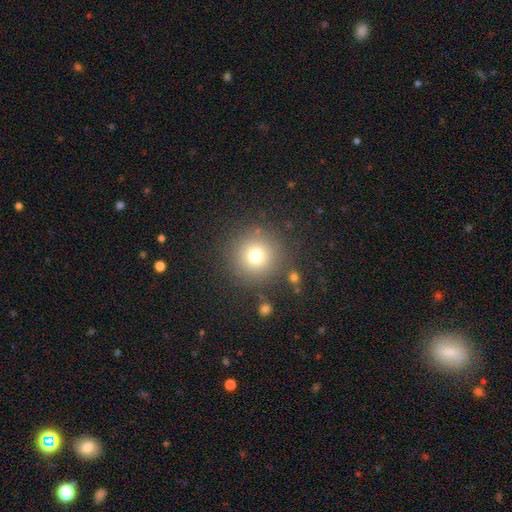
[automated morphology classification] Smooth or featured? Predicted: smooth (p=0.73). How rounded? Predicted: round (p=0.96). Merging? Predicted: none (p=0.85).